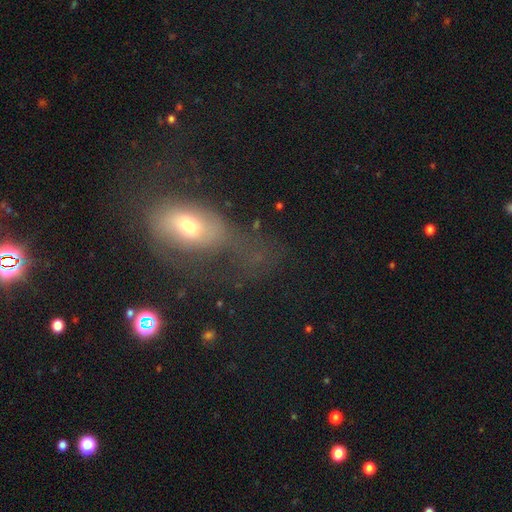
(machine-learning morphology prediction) Overall: smooth (54%; featured or disk 28%). How rounded: in between (74%). Merging: major disturbance (46%; none 27%).